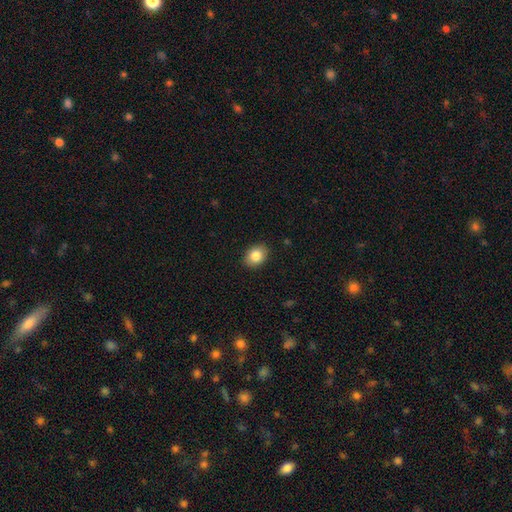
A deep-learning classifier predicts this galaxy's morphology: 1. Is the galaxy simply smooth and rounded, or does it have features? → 85% smooth, 8% star or artifact, 7% featured or disk.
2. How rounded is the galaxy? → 63% in between, 36% round, 1% cigar-shaped.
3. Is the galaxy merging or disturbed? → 88% none, 9% minor disturbance, 2% major disturbance, 1% merger.